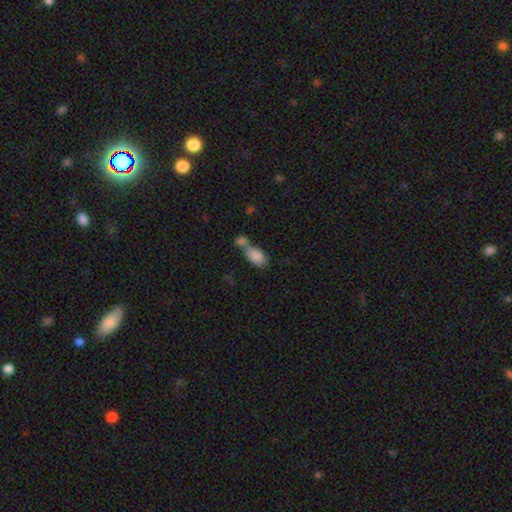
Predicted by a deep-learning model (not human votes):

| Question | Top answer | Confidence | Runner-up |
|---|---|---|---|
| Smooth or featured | smooth | 84% | star or artifact (8%) |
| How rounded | in between | 91% | round (6%) |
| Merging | merger | 58% | none (27%) |